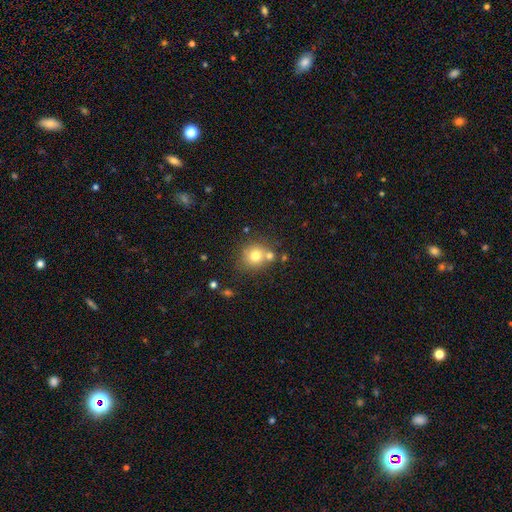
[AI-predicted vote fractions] Smooth or featured? smooth (75%)
How rounded? round (86%)
Merging? none (63%)